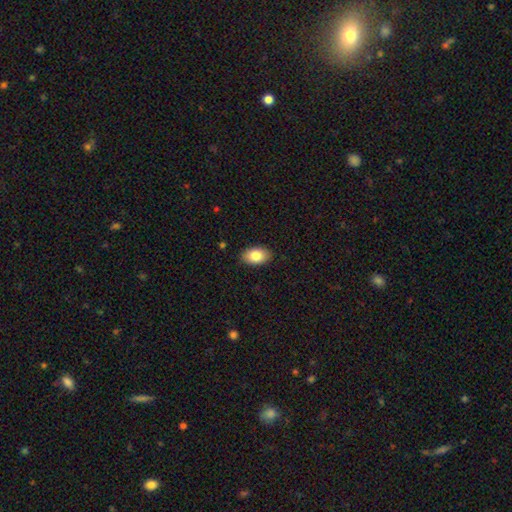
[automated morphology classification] Q: Smooth or featured?
A: smooth (82%); runner-up: featured or disk (11%)
Q: How rounded?
A: in between (91%); runner-up: round (8%)
Q: Merging?
A: none (88%); runner-up: minor disturbance (9%)